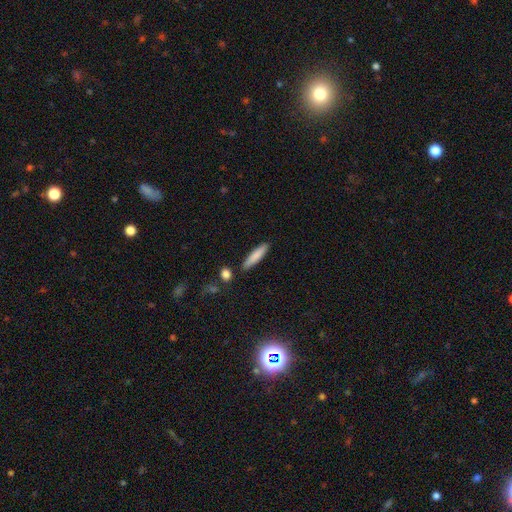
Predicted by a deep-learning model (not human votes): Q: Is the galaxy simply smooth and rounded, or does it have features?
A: smooth — 81%.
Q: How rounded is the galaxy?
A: cigar-shaped — 84%.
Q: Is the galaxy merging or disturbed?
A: none — 86%.